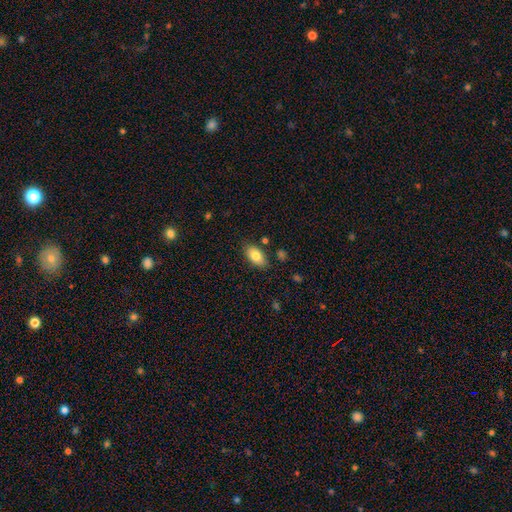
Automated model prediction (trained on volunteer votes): Smooth or featured: smooth — 80% (featured or disk — 12%)
How rounded: in between — 92% (round — 4%)
Merging: none — 82% (minor disturbance — 13%)